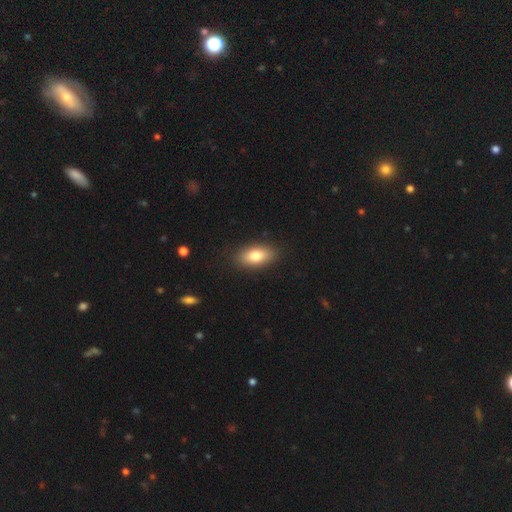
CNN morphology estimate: smooth 80%, featured or disk 13%, star or artifact 7%. Down the decision tree: how rounded — in between (89%); merging — none (87%).